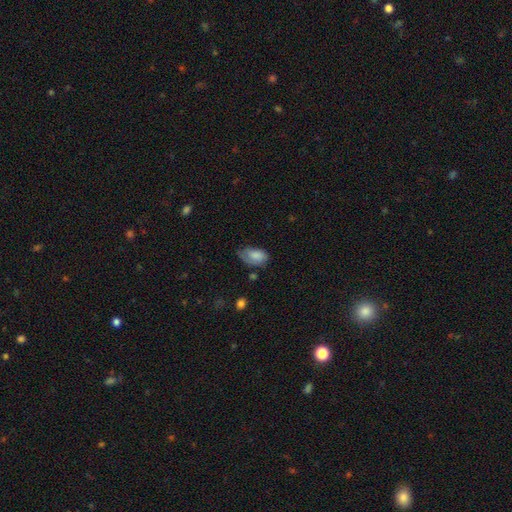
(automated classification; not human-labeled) Smooth or featured? smooth (78%)
How rounded? in between (91%)
Merging? none (43%)